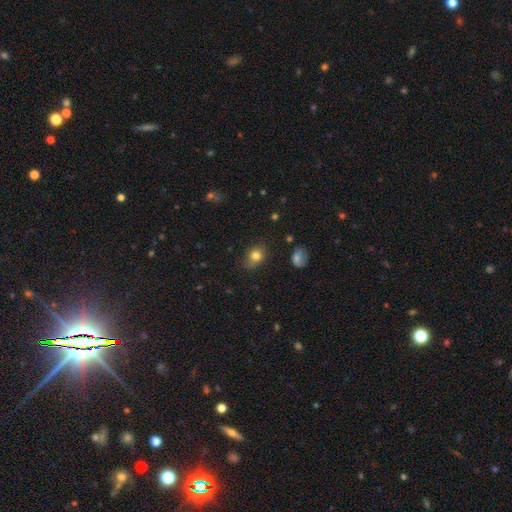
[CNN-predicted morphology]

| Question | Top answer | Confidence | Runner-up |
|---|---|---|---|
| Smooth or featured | smooth | 80% | star or artifact (11%) |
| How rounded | round | 56% | in between (43%) |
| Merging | none | 65% | minor disturbance (26%) |